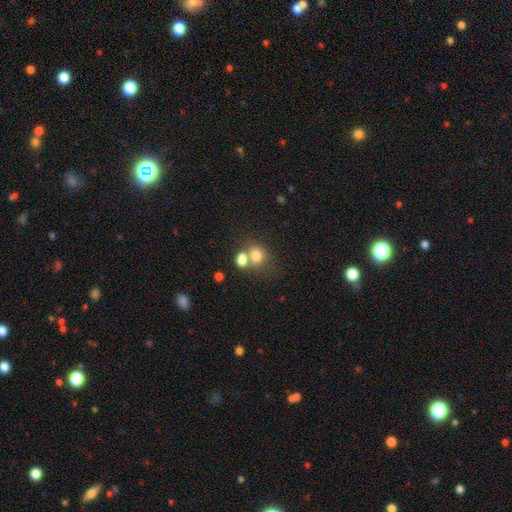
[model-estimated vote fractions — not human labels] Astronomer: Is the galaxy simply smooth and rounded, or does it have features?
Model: smooth — 75%.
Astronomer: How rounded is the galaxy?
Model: round — 63%.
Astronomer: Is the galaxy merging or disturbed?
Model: merger — 48% (runner-up: none, 38%).